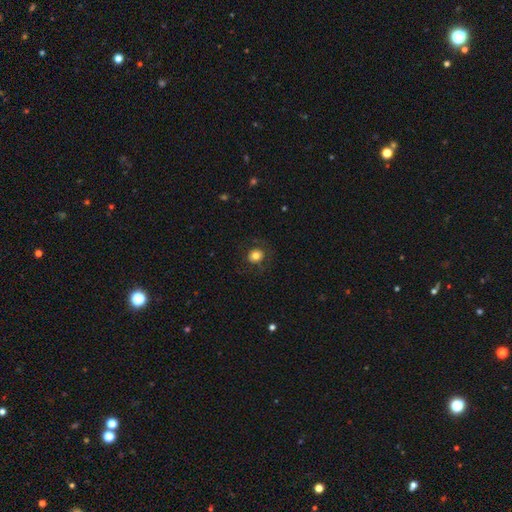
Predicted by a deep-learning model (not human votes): Smooth or featured? Predicted: smooth (p=0.76). How rounded? Predicted: round (p=0.82). Merging? Predicted: none (p=0.81).